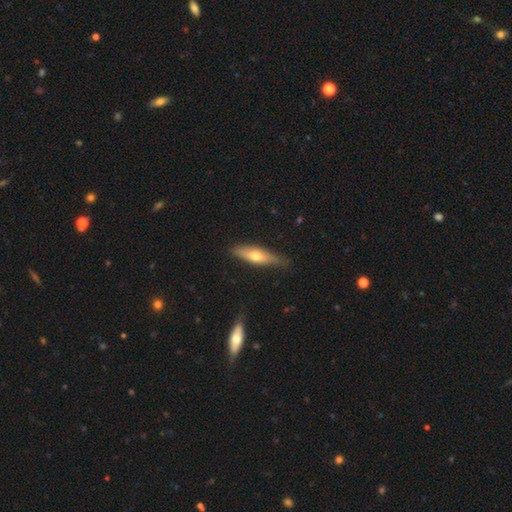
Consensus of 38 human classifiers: smooth_or_featured: smooth (p=0.55) [alt: featured or disk p=0.42]
how_rounded: cigar-shaped (p=0.52) [alt: in between p=0.43]
merging: none (p=0.92) [alt: minor disturbance p=0.05]